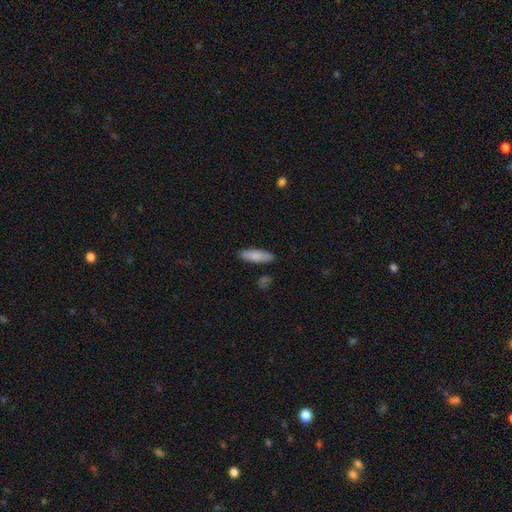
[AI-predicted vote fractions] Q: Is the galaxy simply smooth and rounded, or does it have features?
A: smooth — 84%.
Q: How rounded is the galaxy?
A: cigar-shaped — 56%.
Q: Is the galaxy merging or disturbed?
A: none — 87%.